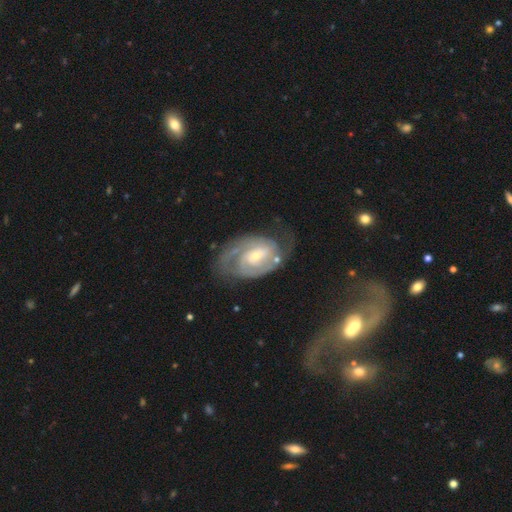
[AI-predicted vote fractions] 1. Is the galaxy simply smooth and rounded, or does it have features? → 90% featured or disk, 6% smooth, 5% star or artifact.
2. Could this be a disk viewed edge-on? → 97% no, 3% yes.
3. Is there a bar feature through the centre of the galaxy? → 45% weak, 38% no, 17% strong.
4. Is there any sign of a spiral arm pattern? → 97% yes, 3% no.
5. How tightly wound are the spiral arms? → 60% tight, 34% medium, 6% loose.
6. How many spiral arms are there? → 72% 2, 10% can't tell, 10% 3, 3% 1, 3% 4, 2% more than 4.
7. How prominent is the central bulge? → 60% small, 35% moderate, 2% large, 2% none, 1% dominant.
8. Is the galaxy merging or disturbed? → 68% none, 19% minor disturbance, 10% major disturbance, 3% merger.